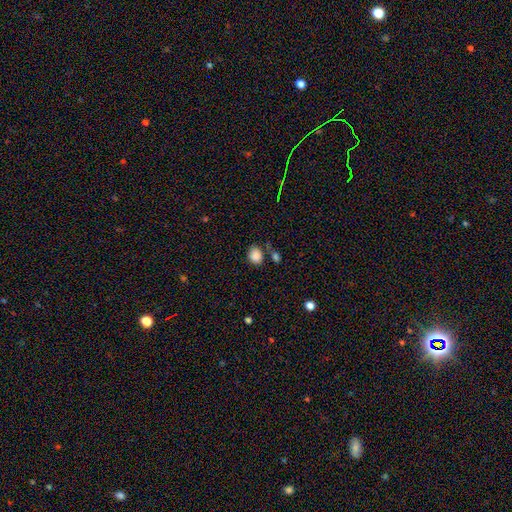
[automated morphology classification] smooth 86%, star or artifact 10%, featured or disk 4%. Down the decision tree: how rounded — round (52%); merging — none (69%).